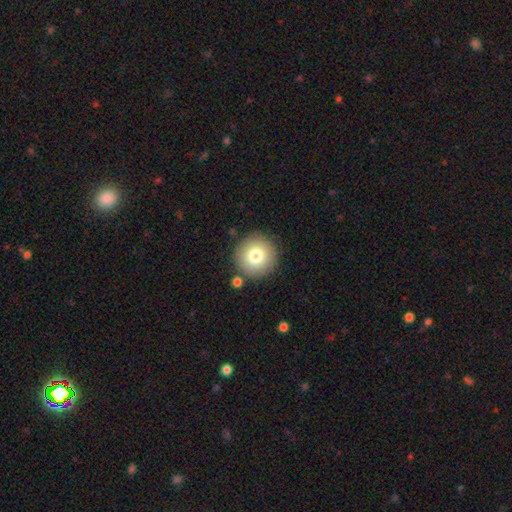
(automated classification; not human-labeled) smooth 78%, featured or disk 12%, star or artifact 10%. Down the decision tree: how rounded — round (95%); merging — none (85%).